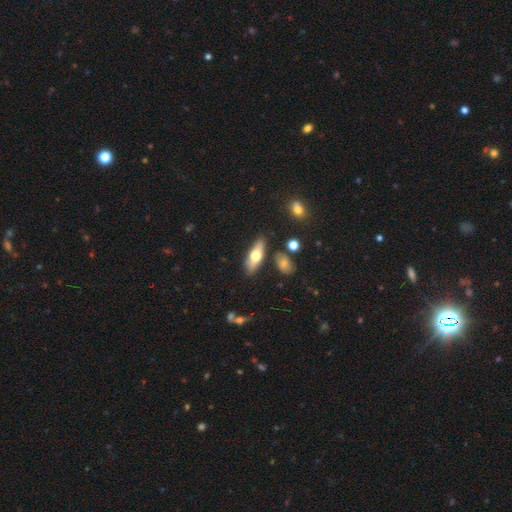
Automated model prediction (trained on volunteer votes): Smooth or featured? Predicted: smooth (p=0.58). How rounded? Predicted: in between (p=0.61). Merging? Predicted: none (p=0.78).